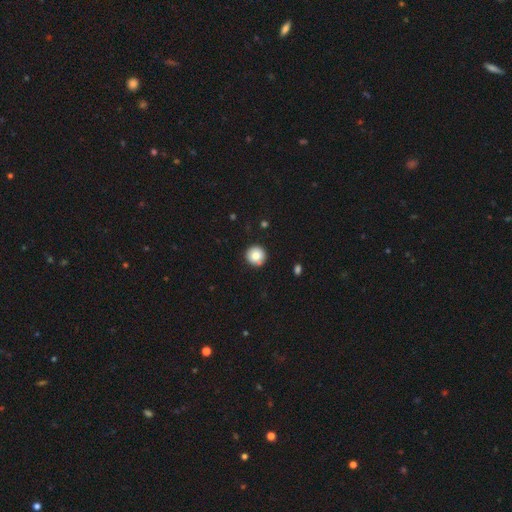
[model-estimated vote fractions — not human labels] Smooth or featured? smooth (80%)
How rounded? round (96%)
Merging? none (90%)